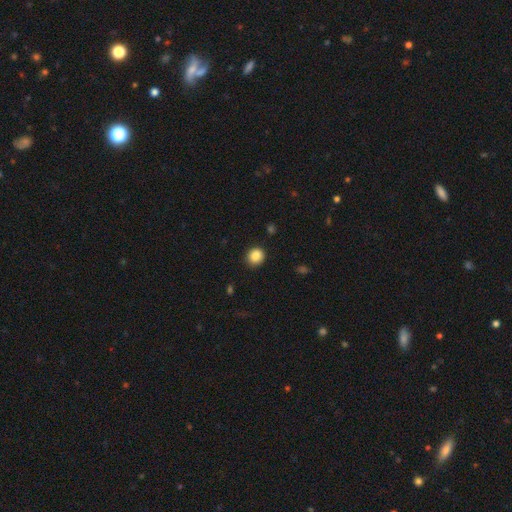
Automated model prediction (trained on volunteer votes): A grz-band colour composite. It shows a smooth galaxy with no disk features (87%) that is round (81%). Merging: none (89%).